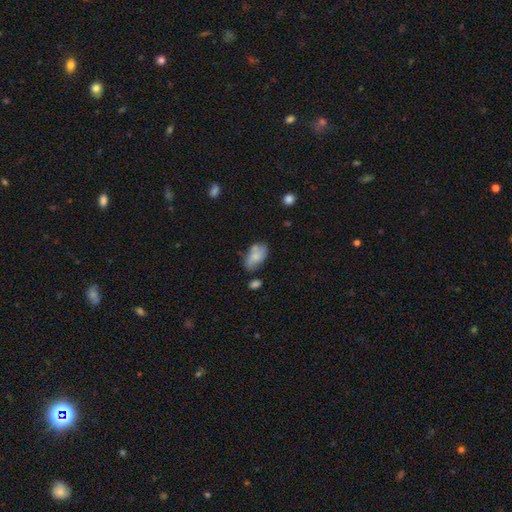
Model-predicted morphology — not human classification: Q: Smooth or featured?
A: smooth (70%); runner-up: featured or disk (22%)
Q: How rounded?
A: in between (93%); runner-up: round (5%)
Q: Merging?
A: none (53%); runner-up: minor disturbance (28%)